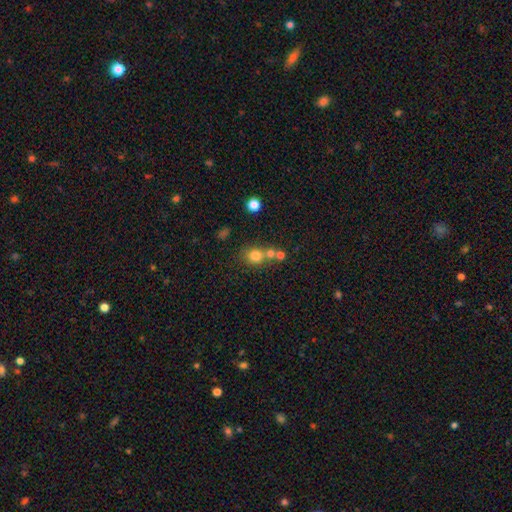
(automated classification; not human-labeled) A smooth galaxy with no disk features (75%) that is round (80%).

Vote fractions:
- Smooth or featured? smooth: 75% / star or artifact: 14% / featured or disk: 10%
- How rounded? round: 80% / in between: 18% / cigar-shaped: 1%
- Merging? none: 50% / merger: 36% / minor disturbance: 9% / major disturbance: 5%